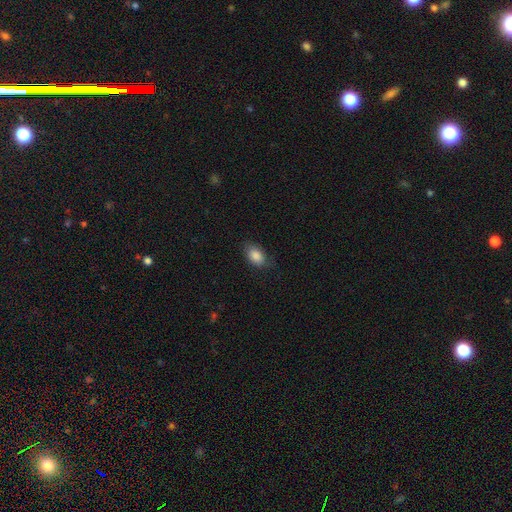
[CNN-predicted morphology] Smooth or featured? smooth (87%)
How rounded? in between (88%)
Merging? none (75%)